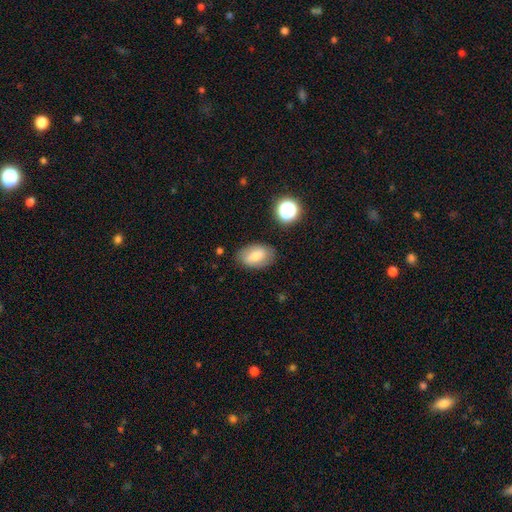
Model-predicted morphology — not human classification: This is likely a smooth galaxy (74%). How rounded: clearly in between (90%). Merging: likely none (79%).